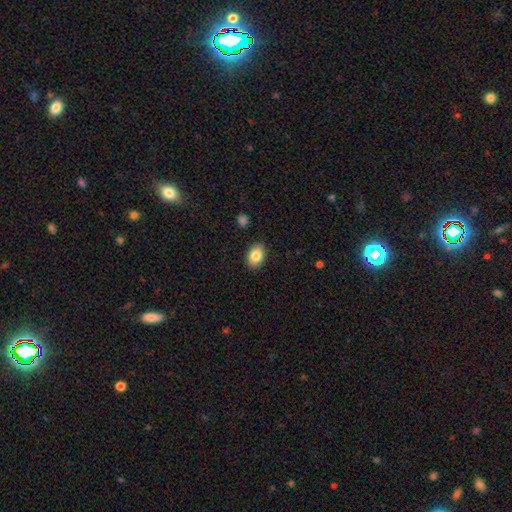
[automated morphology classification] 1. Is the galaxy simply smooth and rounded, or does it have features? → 85% smooth, 8% star or artifact, 7% featured or disk.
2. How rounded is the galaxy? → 81% in between, 18% round, 1% cigar-shaped.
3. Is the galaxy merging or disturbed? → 88% none, 9% minor disturbance, 2% major disturbance, 1% merger.